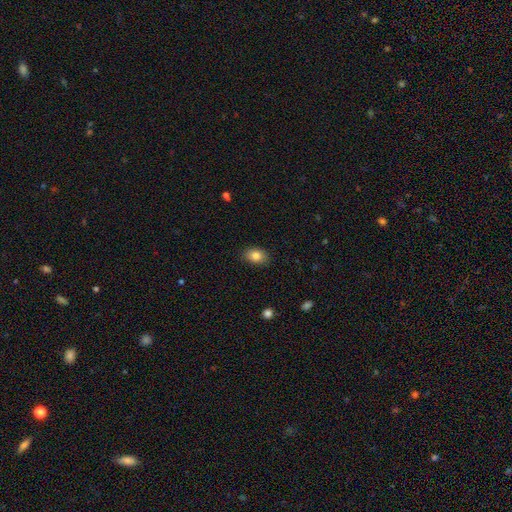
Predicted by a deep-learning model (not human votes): smooth_or_featured: smooth (p=0.83) [alt: star or artifact p=0.09]
how_rounded: in between (p=0.75) [alt: round p=0.24]
merging: none (p=0.87) [alt: minor disturbance p=0.10]